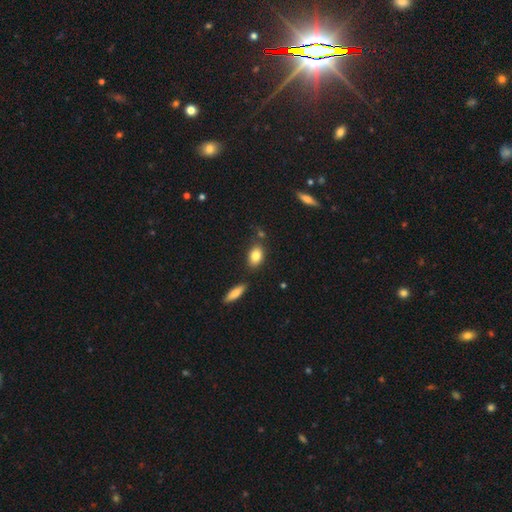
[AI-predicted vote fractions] This is clearly a smooth galaxy (82%). How rounded: clearly in between (84%). Merging: likely none (76%).